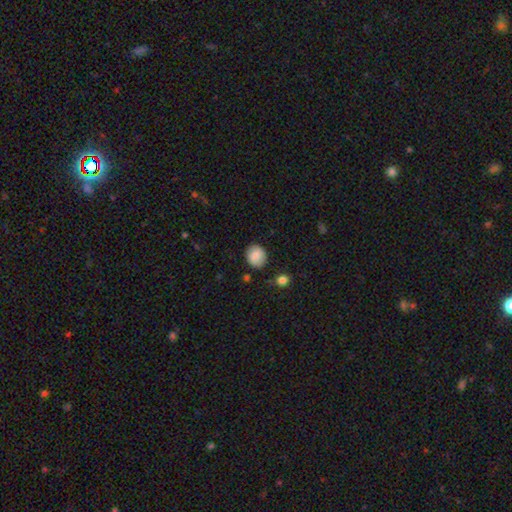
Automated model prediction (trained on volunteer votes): Smooth or featured? smooth (83%)
How rounded? round (70%)
Merging? none (84%)